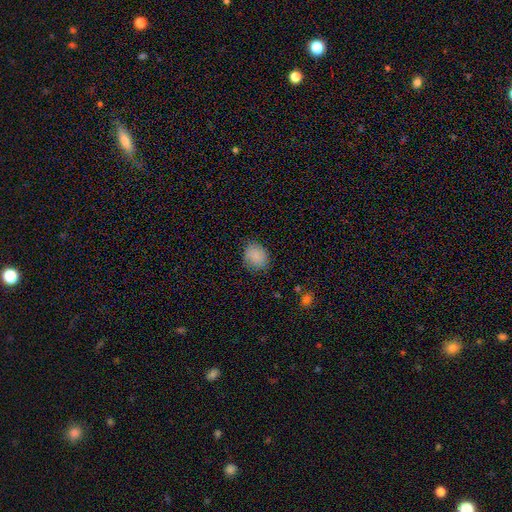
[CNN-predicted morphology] A smooth galaxy with no disk features (84%) that is round (55%). Merging: none (80%).